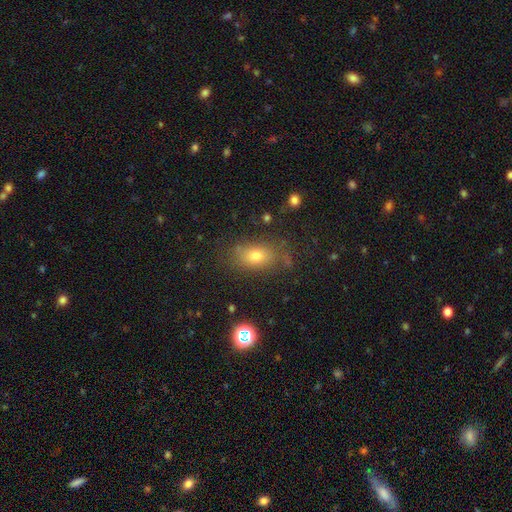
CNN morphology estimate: A smooth galaxy with no disk features (70%) that is in between round and cigar-shaped (81%). Merging: none (75%).